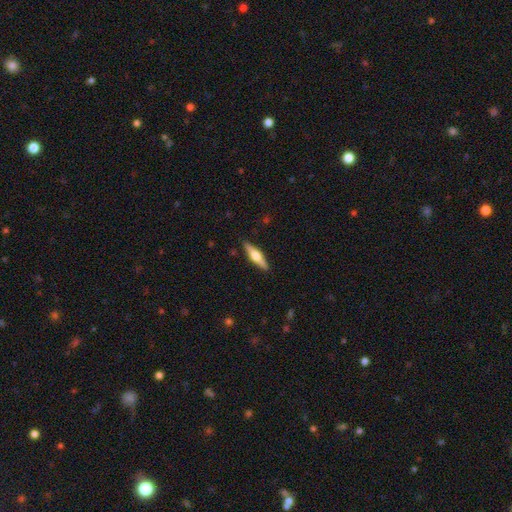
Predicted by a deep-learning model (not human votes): A featured or disk galaxy (66%) viewed edge-on (97%) with a rounded central bulge (93%). Merging: none (91%).